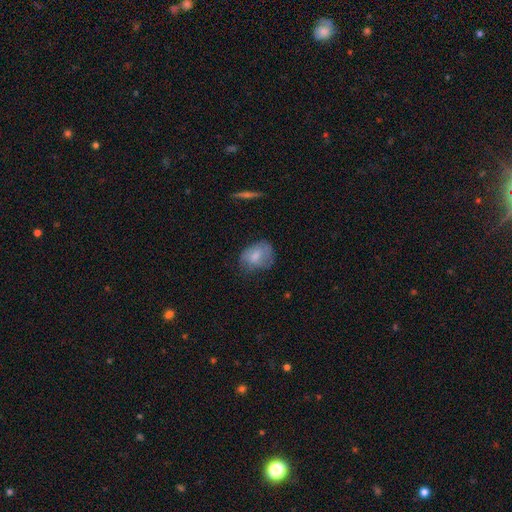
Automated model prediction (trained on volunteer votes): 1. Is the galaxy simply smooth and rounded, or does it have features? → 73% smooth, 20% featured or disk, 8% star or artifact.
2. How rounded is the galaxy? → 66% in between, 33% round, 1% cigar-shaped.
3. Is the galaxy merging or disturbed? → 52% none, 32% minor disturbance, 14% major disturbance, 2% merger.